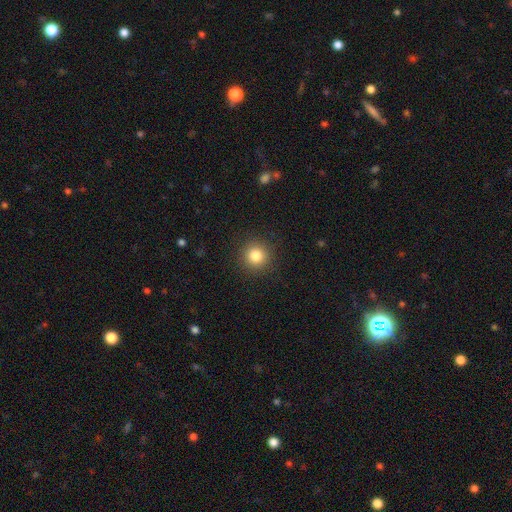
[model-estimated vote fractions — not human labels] A smooth galaxy with no disk features (83%) that is round (95%).

Vote fractions:
- Smooth or featured? smooth: 83% / star or artifact: 11% / featured or disk: 6%
- How rounded? round: 95% / in between: 5% / cigar-shaped: 1%
- Merging? none: 91% / minor disturbance: 5% / major disturbance: 2% / merger: 1%